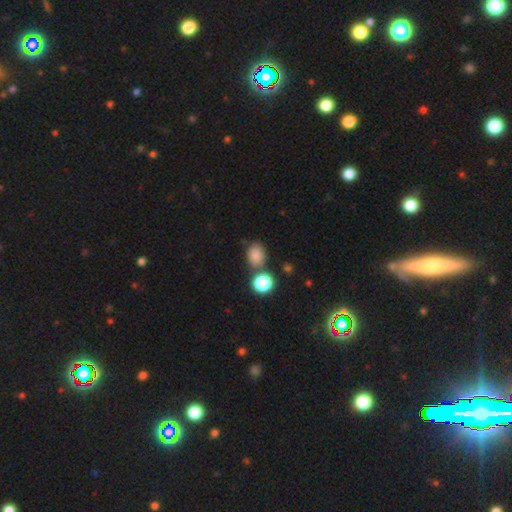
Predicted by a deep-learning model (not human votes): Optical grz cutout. It shows a smooth galaxy with no disk features (84%) that is in between round and cigar-shaped (53%). Merging: none (66%).